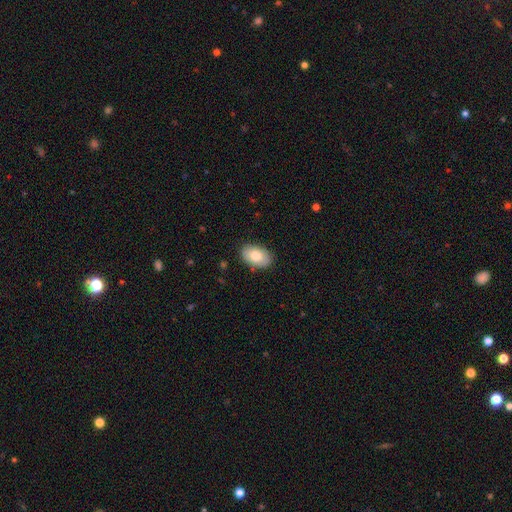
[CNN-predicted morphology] A smooth galaxy with no disk features (79%) that is in between round and cigar-shaped (91%). Merging: none (87%).